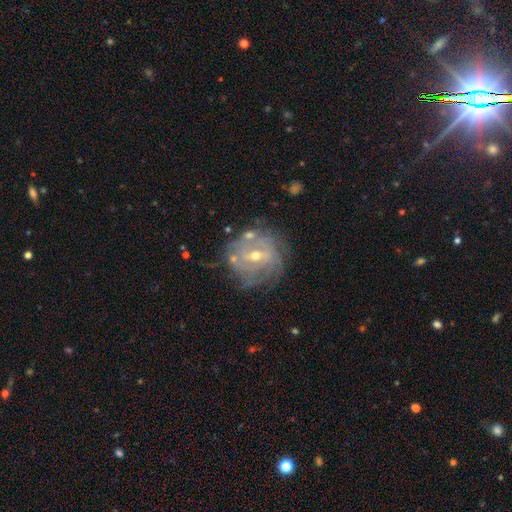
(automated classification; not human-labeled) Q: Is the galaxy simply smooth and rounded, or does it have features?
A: featured or disk — 80%.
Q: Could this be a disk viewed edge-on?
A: no — 97%.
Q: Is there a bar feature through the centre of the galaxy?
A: weak — 52%.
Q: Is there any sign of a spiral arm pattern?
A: yes — 86%.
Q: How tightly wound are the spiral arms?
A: tight — 64%.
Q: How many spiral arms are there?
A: can't tell — 46%.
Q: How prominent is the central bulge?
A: moderate — 50%.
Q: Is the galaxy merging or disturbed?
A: none — 69%.